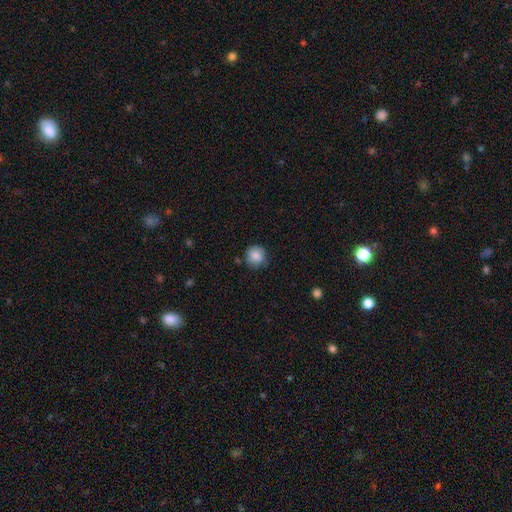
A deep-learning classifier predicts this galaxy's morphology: Smooth or featured? smooth (85%)
How rounded? round (90%)
Merging? none (77%)